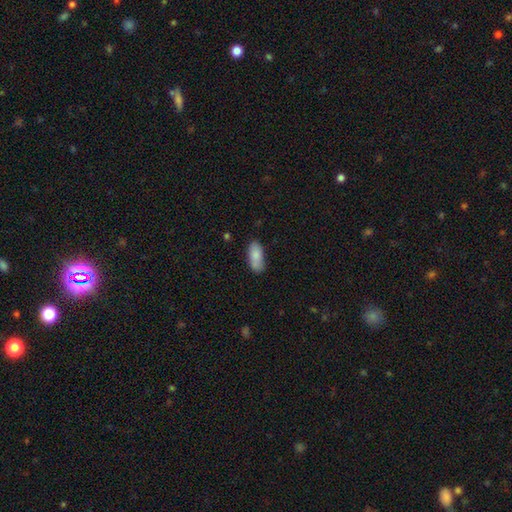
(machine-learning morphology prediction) The model was most divided on "merging": none: 70%, minor disturbance: 20%, merger: 6%, major disturbance: 4%. More confident: how rounded — in between (84%); smooth or featured — smooth (84%).